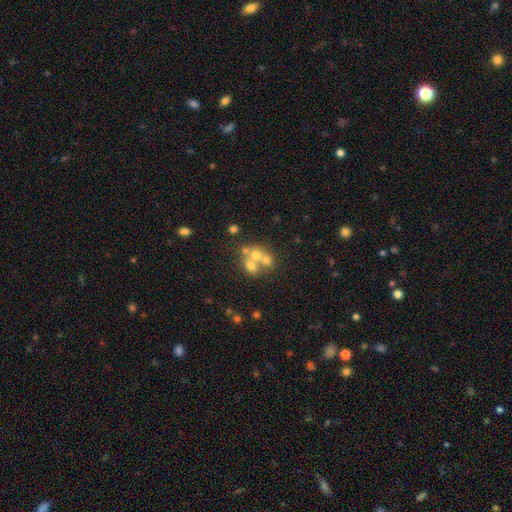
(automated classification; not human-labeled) Smooth or featured? smooth (52%)
How rounded? round (67%)
Merging? merger (58%)